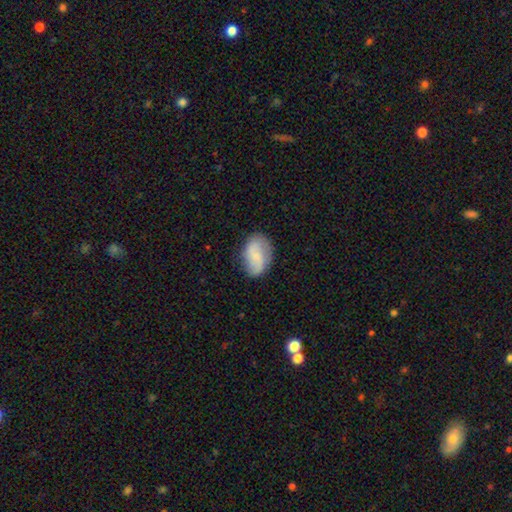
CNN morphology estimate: smooth 50%, featured or disk 42%, star or artifact 8%. Down the decision tree: how rounded — in between (84%); merging — none (73%).